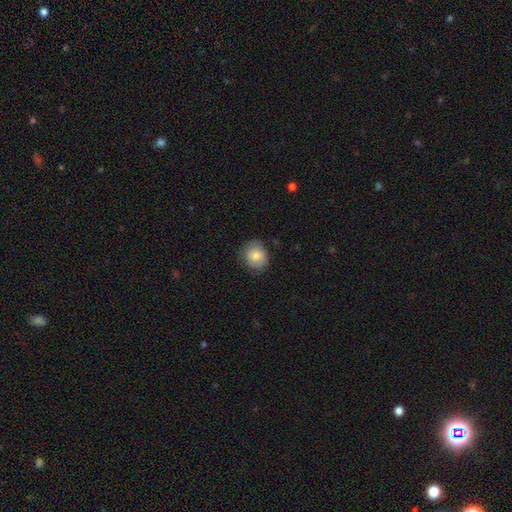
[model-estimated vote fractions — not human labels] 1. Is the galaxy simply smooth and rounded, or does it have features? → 78% smooth, 14% featured or disk, 7% star or artifact.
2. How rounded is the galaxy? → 78% round, 21% in between, 1% cigar-shaped.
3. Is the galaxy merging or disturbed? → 76% none, 18% minor disturbance, 5% major disturbance, 1% merger.